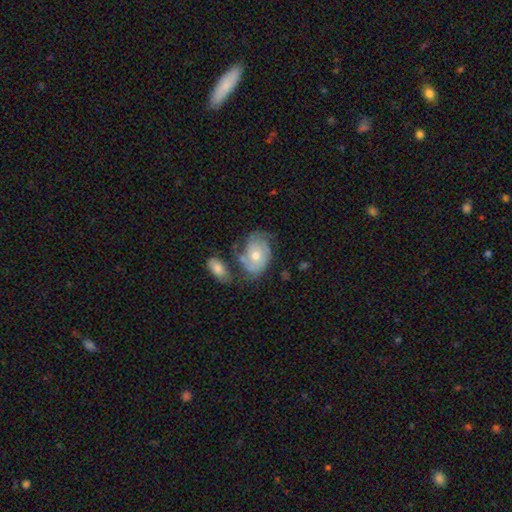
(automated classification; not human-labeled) Q: Smooth or featured?
A: featured or disk (65%); runner-up: smooth (28%)
Q: Edge-on disk?
A: no (96%); runner-up: yes (4%)
Q: Bar?
A: no (80%); runner-up: weak (17%)
Q: Spiral arms?
A: yes (83%); runner-up: no (17%)
Q: Spiral winding?
A: tight (52%); runner-up: medium (34%)
Q: Spiral arm count?
A: 2 (41%); runner-up: can't tell (33%)
Q: Bulge size?
A: moderate (62%); runner-up: small (32%)
Q: Merging?
A: none (46%); runner-up: minor disturbance (22%)